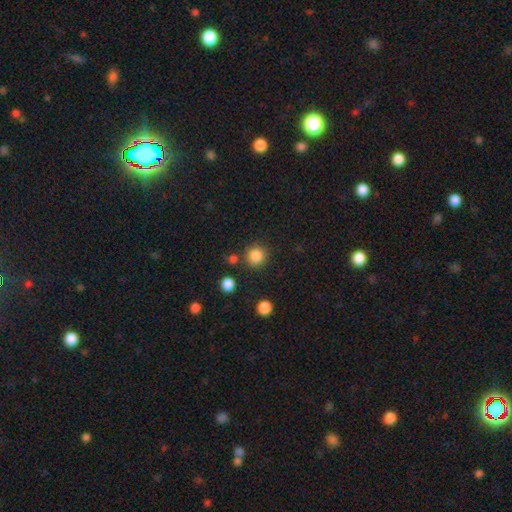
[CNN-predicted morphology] This is clearly a smooth galaxy (85%). How rounded: clearly round (93%). Merging: clearly none (84%).